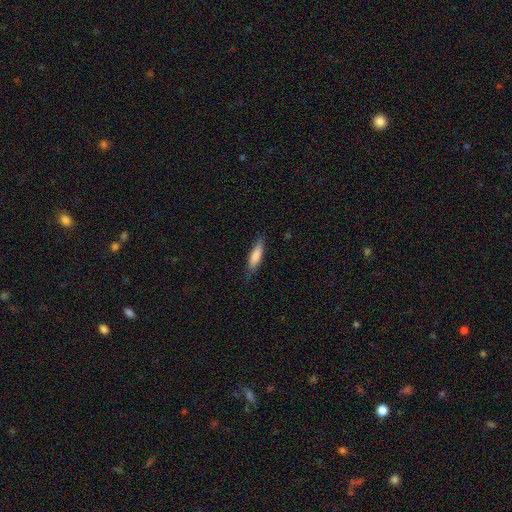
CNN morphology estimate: type=smooth (80%); roundness=cigar-shaped (69%); merging=none (77%).